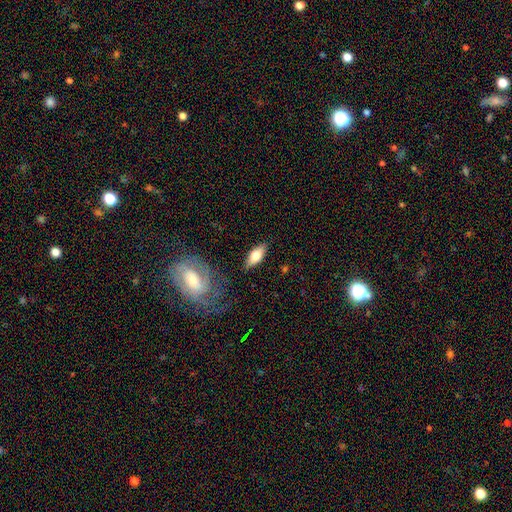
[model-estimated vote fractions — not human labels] Smooth or featured? Predicted: smooth (p=0.64). How rounded? Predicted: in between (p=0.73). Merging? Predicted: none (p=0.83).